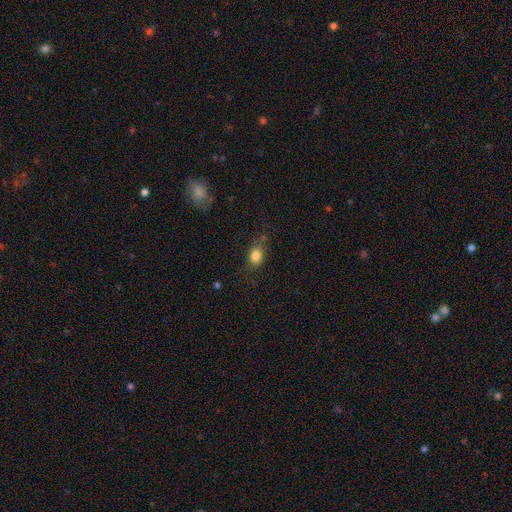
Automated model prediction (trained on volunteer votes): Smooth or featured?
  - smooth: 81% *
  - star or artifact: 10%
  - featured or disk: 9%
How rounded?
  - in between: 63% *
  - round: 33%
  - cigar-shaped: 3%
Merging?
  - none: 68% *
  - minor disturbance: 21%
  - major disturbance: 8%
  - merger: 3%